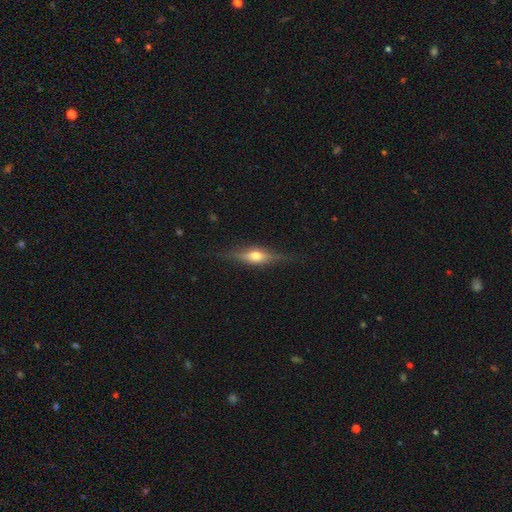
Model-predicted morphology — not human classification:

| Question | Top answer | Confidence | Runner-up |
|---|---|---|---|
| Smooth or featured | featured or disk | 56% | smooth (37%) |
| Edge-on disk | yes | 92% | no (8%) |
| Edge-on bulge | rounded | 91% | boxy (6%) |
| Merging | none | 81% | minor disturbance (14%) |